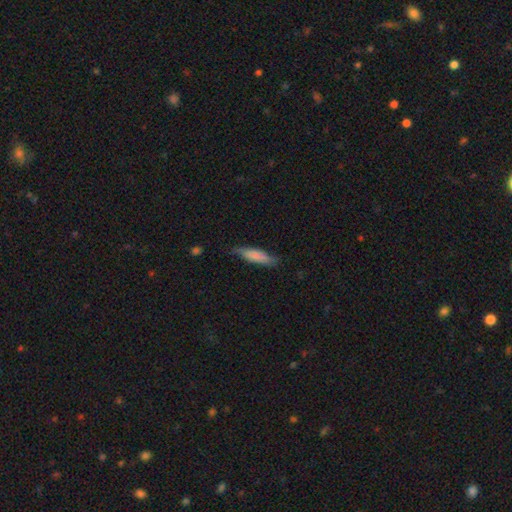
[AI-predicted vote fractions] Overall: smooth (77%). How rounded: cigar-shaped (68%; in between 31%). Merging: none (71%).